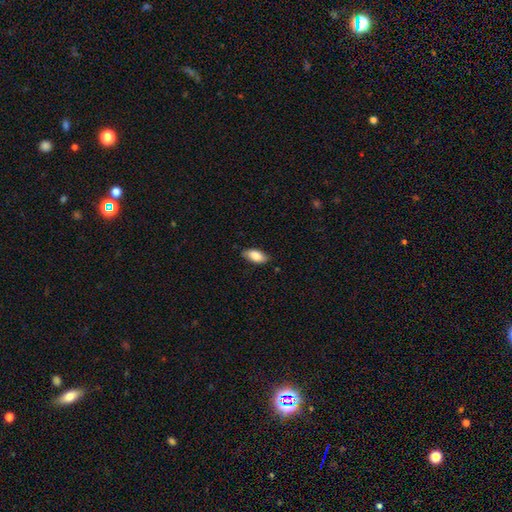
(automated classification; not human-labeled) Smooth or featured? smooth (83%)
How rounded? in between (90%)
Merging? none (81%)